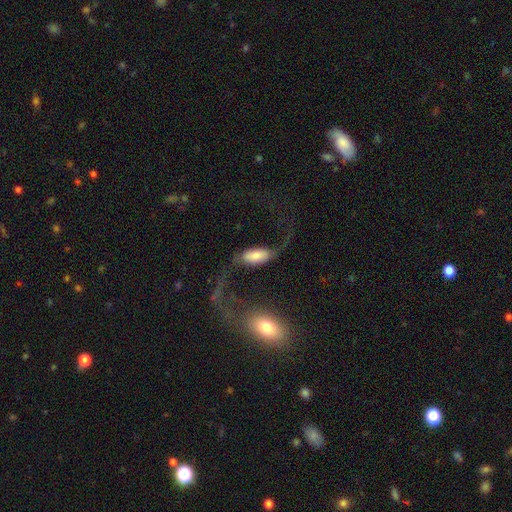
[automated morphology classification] Smooth or featured? Predicted: featured or disk (p=0.47). Merging? Predicted: major disturbance (p=0.38).